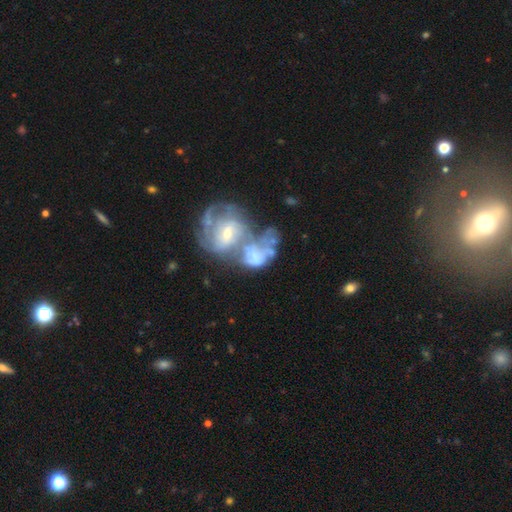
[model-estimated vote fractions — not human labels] Overall: featured or disk (66%). Edge-on disk: no (97%). Bar: no (67%). Spiral arms: yes (53%; no 47%). Bulge size: small (40%; moderate 32%). Merging: merger (67%).